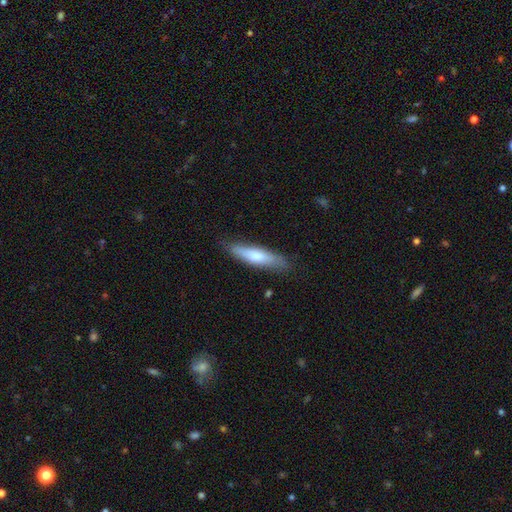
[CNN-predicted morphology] smooth 70%, featured or disk 25%, star or artifact 5%. Down the decision tree: how rounded — cigar-shaped (75%); merging — none (80%).